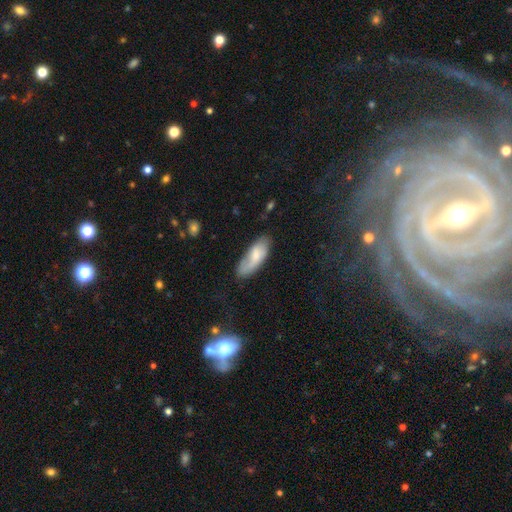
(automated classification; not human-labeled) Q: Smooth or featured?
A: smooth (66%); runner-up: featured or disk (28%)
Q: How rounded?
A: in between (74%); runner-up: cigar-shaped (24%)
Q: Merging?
A: none (63%); runner-up: minor disturbance (26%)